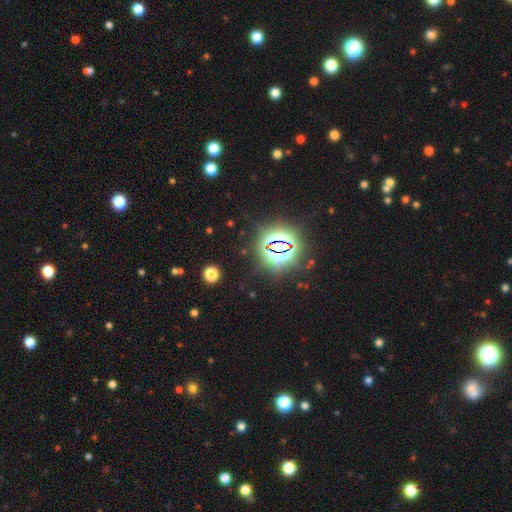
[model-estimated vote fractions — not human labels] smooth-or-featured: star or artifact: 78% | smooth: 15% | featured or disk: 7%